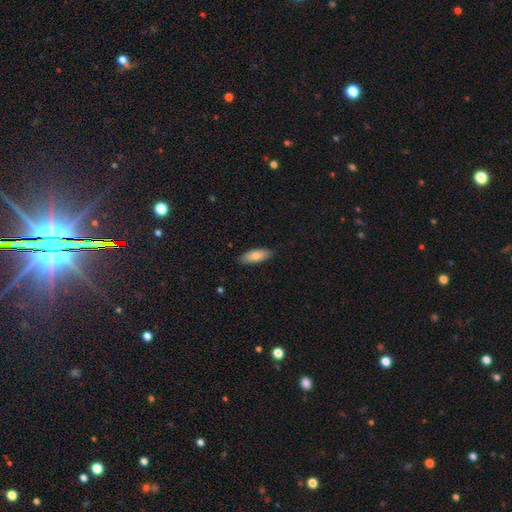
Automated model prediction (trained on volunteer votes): Smooth or featured? Predicted: smooth (p=0.79). How rounded? Predicted: in between (p=0.73). Merging? Predicted: none (p=0.87).